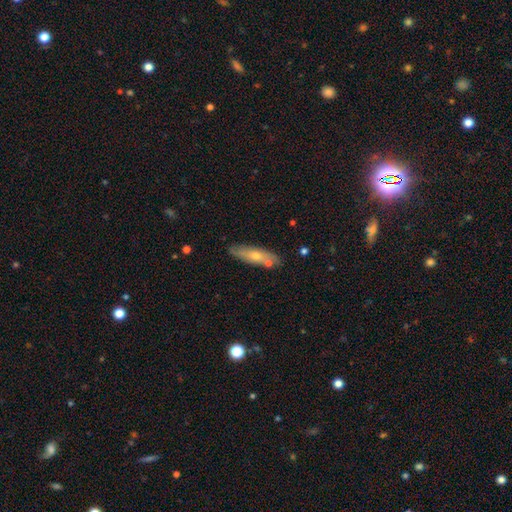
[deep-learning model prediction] Smooth or featured? Predicted: smooth (p=0.54). How rounded? Predicted: cigar-shaped (p=0.61). Merging? Predicted: none (p=0.77).